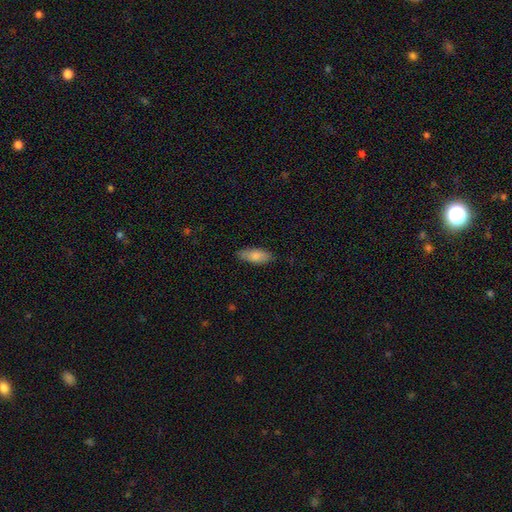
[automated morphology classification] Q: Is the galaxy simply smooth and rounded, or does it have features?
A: smooth — 84%.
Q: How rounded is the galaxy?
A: in between — 78%.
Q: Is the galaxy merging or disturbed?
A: none — 82%.